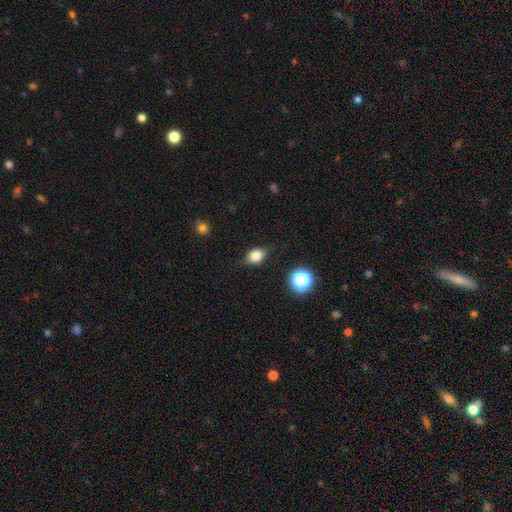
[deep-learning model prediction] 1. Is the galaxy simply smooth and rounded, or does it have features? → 79% smooth, 11% star or artifact, 10% featured or disk.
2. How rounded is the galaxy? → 65% in between, 33% round, 2% cigar-shaped.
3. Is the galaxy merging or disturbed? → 77% none, 17% minor disturbance, 4% major disturbance, 1% merger.